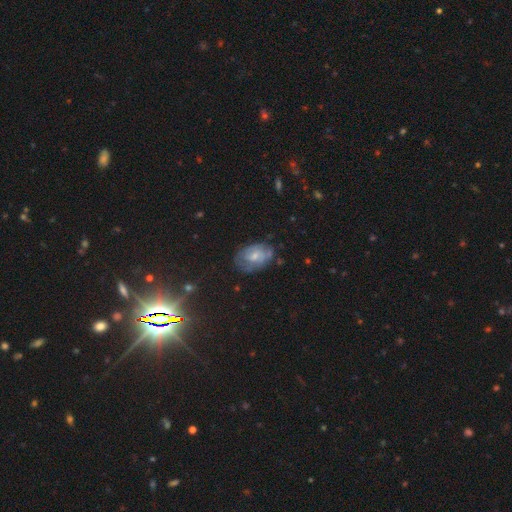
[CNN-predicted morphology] Smooth or featured: featured or disk — 48% (smooth — 43%)
Merging: none — 59% (minor disturbance — 28%)